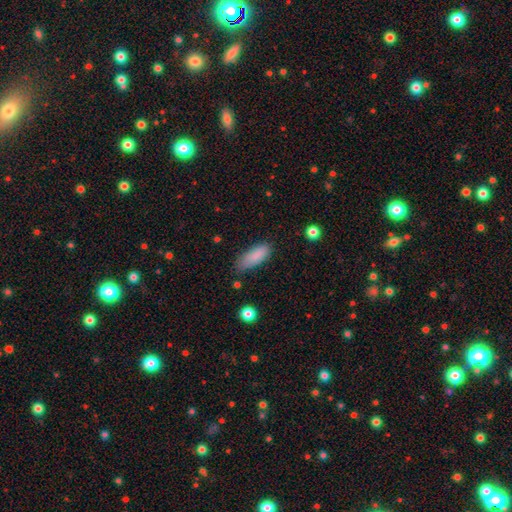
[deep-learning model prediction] Smooth or featured?
  - smooth: 86% *
  - star or artifact: 7%
  - featured or disk: 6%
How rounded?
  - in between: 68% *
  - cigar-shaped: 31%
  - round: 2%
Merging?
  - none: 65% *
  - minor disturbance: 27%
  - major disturbance: 6%
  - merger: 2%